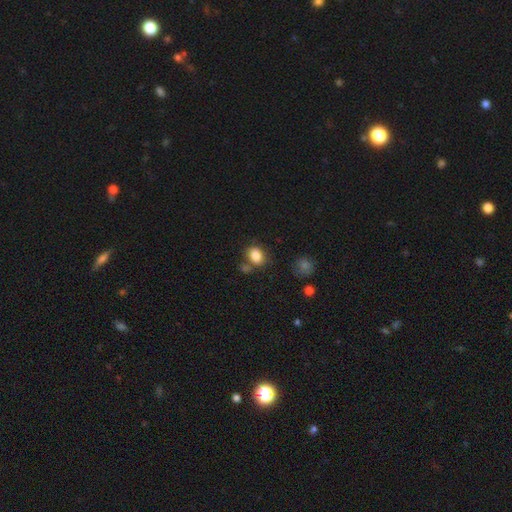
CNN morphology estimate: A smooth galaxy with no disk features (84%) that is in between round and cigar-shaped (59%).

Vote fractions:
- Smooth or featured? smooth: 84% / star or artifact: 10% / featured or disk: 6%
- How rounded? in between: 59% / round: 40% / cigar-shaped: 1%
- Merging? none: 65% / minor disturbance: 16% / merger: 14% / major disturbance: 5%